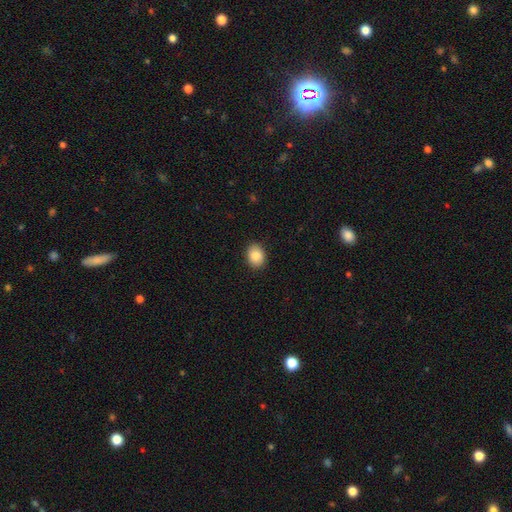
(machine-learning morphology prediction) Smooth or featured?
  - smooth: 87% *
  - star or artifact: 8%
  - featured or disk: 5%
How rounded?
  - in between: 63% *
  - round: 36%
  - cigar-shaped: 1%
Merging?
  - none: 89% *
  - minor disturbance: 8%
  - major disturbance: 2%
  - merger: 1%